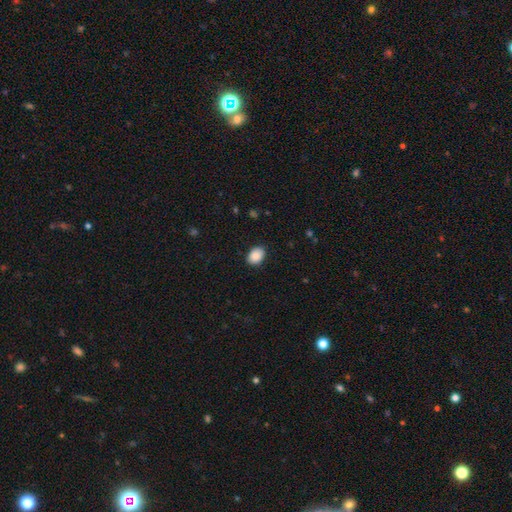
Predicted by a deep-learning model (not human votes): This appears to be a smooth galaxy with no disk features (90%) that is in between round and cigar-shaped (77%). Merging: none (88%).